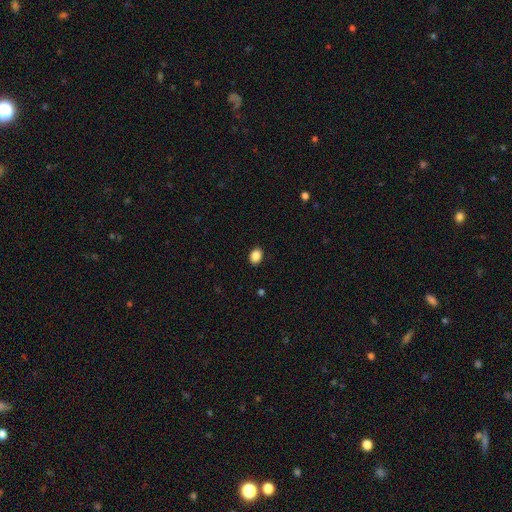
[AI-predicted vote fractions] smooth_or_featured: smooth (p=0.88) [alt: star or artifact p=0.09]
how_rounded: in between (p=0.67) [alt: round p=0.32]
merging: none (p=0.90) [alt: minor disturbance p=0.07]